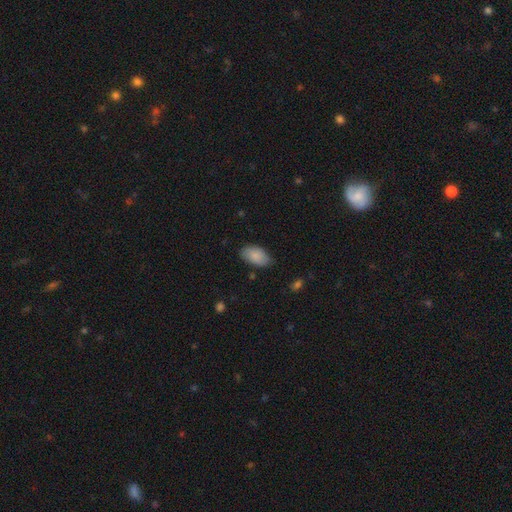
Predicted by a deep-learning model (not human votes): Morphology: type=smooth (86%); roundness=in between (94%); merging=none (79%).